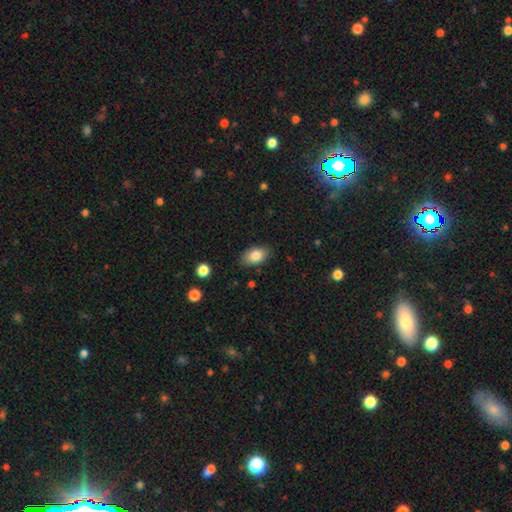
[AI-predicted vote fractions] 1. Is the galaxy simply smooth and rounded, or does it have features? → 83% smooth, 9% featured or disk, 8% star or artifact.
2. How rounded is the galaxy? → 90% in between, 9% round, 2% cigar-shaped.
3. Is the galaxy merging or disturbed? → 83% none, 13% minor disturbance, 3% major disturbance, 1% merger.